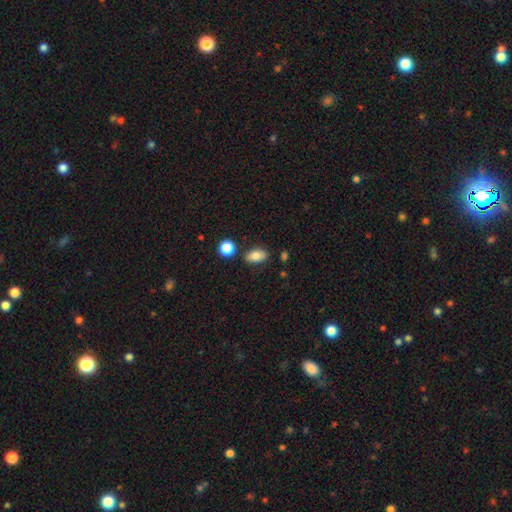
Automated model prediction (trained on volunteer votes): Q: Smooth or featured?
A: smooth (79%); runner-up: featured or disk (12%)
Q: How rounded?
A: in between (87%); runner-up: round (10%)
Q: Merging?
A: none (81%); runner-up: minor disturbance (11%)